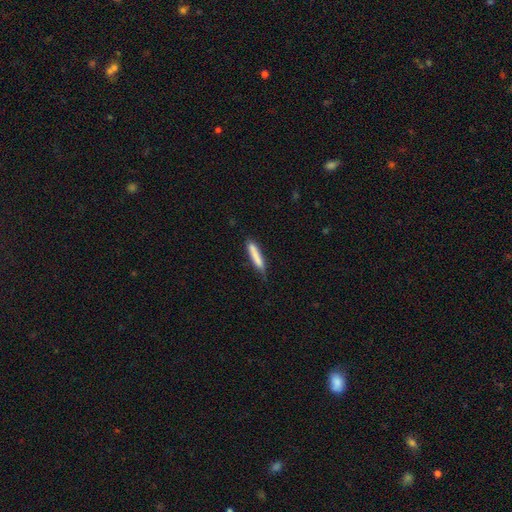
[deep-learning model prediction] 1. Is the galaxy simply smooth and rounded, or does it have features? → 80% smooth, 14% featured or disk, 6% star or artifact.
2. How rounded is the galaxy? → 90% cigar-shaped, 8% in between, 1% round.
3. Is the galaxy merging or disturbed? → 73% none, 21% minor disturbance, 4% major disturbance, 3% merger.